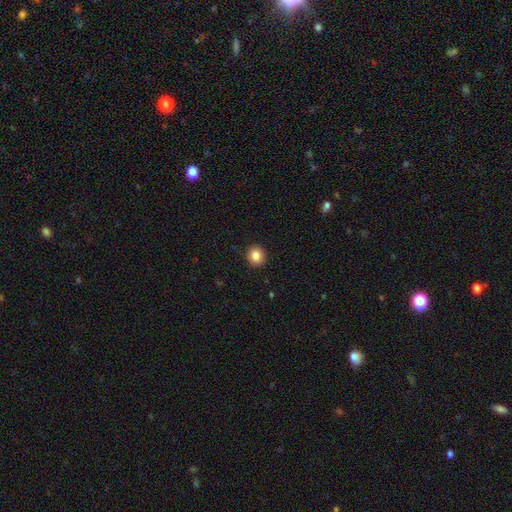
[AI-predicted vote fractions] smooth 85%, star or artifact 10%, featured or disk 5%. Down the decision tree: how rounded — round (85%); merging — none (92%).